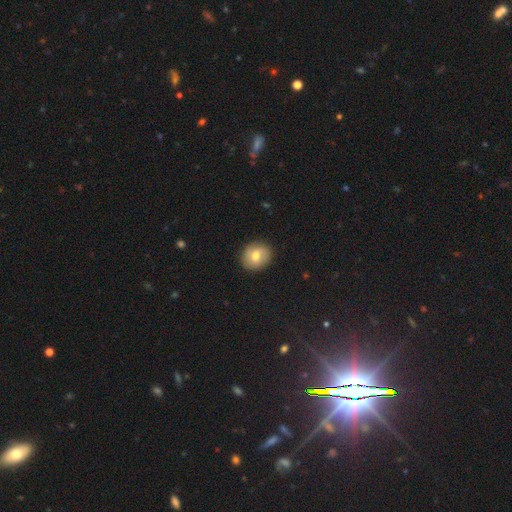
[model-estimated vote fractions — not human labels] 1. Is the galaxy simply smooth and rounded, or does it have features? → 67% smooth, 24% featured or disk, 8% star or artifact.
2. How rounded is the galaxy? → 71% round, 28% in between, 1% cigar-shaped.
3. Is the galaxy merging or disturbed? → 87% none, 10% minor disturbance, 2% major disturbance, 1% merger.